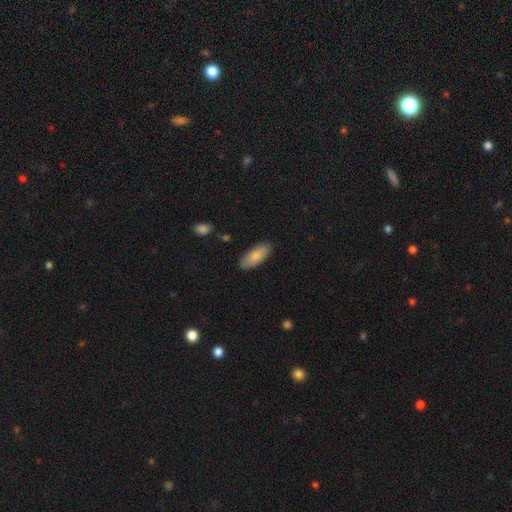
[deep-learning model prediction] A smooth galaxy with no disk features (82%) that is in between round and cigar-shaped (83%). Merging: none (86%).